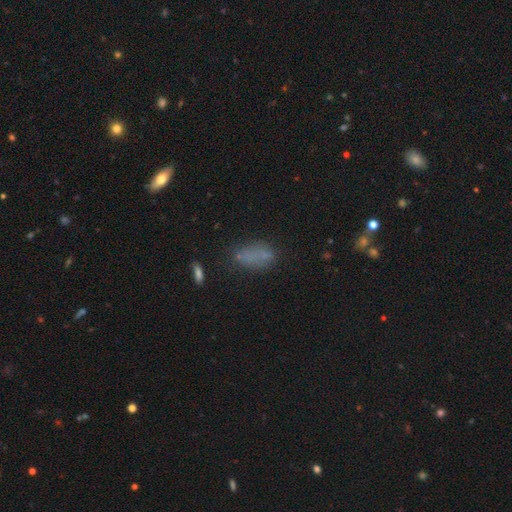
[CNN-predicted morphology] The model was most divided on "merging": none: 53%, minor disturbance: 22%, major disturbance: 15%, merger: 9%. More confident: how rounded — in between (81%); smooth or featured — smooth (64%).